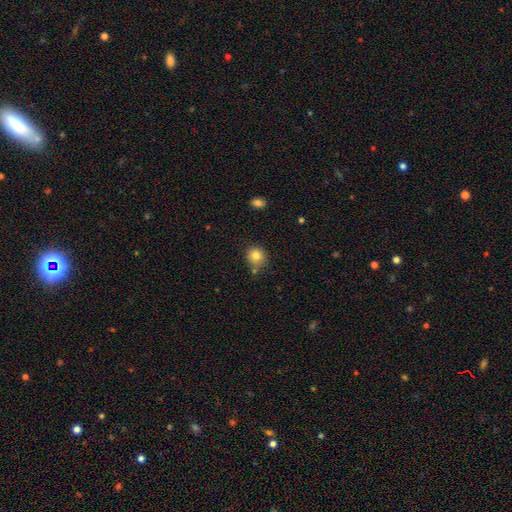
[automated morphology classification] This appears to be a smooth galaxy with no disk features (82%) that is round (85%). Merging: none (72%).